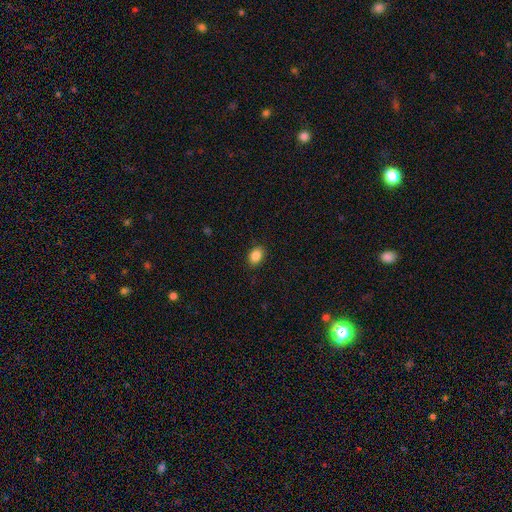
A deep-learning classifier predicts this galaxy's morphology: Smooth or featured?
  - smooth: 87% *
  - star or artifact: 9%
  - featured or disk: 5%
How rounded?
  - in between: 75% *
  - round: 24%
  - cigar-shaped: 1%
Merging?
  - none: 88% *
  - minor disturbance: 9%
  - major disturbance: 2%
  - merger: 1%